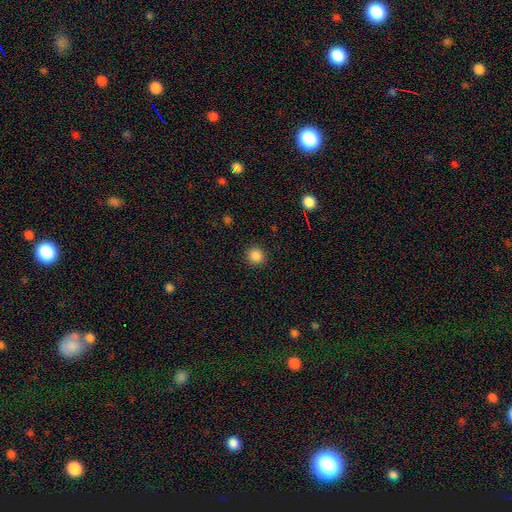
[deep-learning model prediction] Overall: smooth (86%). How rounded: round (91%). Merging: none (91%).